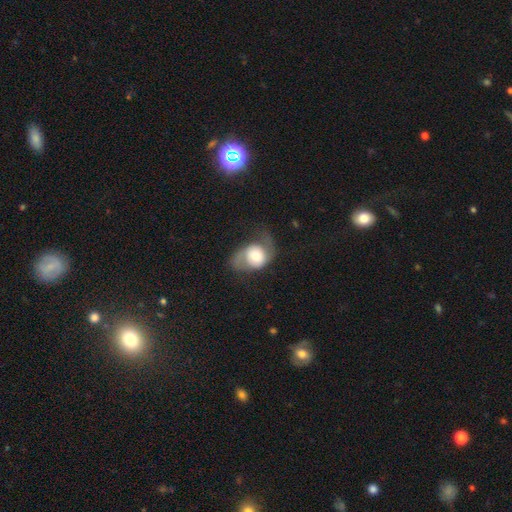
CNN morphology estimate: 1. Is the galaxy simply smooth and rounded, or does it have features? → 52% featured or disk, 41% smooth, 7% star or artifact.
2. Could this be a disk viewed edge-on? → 95% no, 5% yes.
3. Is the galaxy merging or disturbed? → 39% none, 32% major disturbance, 26% minor disturbance, 2% merger.